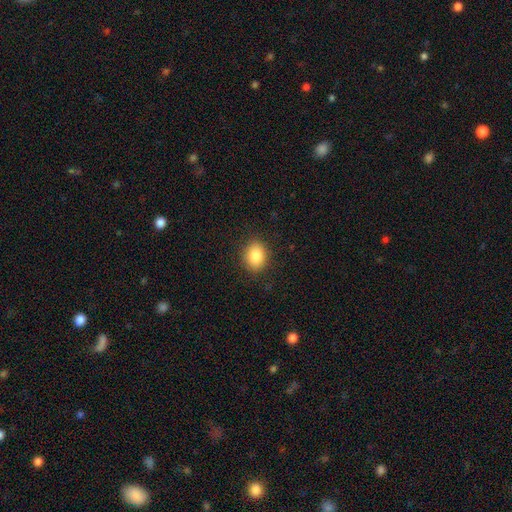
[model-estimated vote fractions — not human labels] The model was most divided on "how rounded": in between: 63%, round: 36%, cigar-shaped: 1%. More confident: merging — none (87%); smooth or featured — smooth (86%).